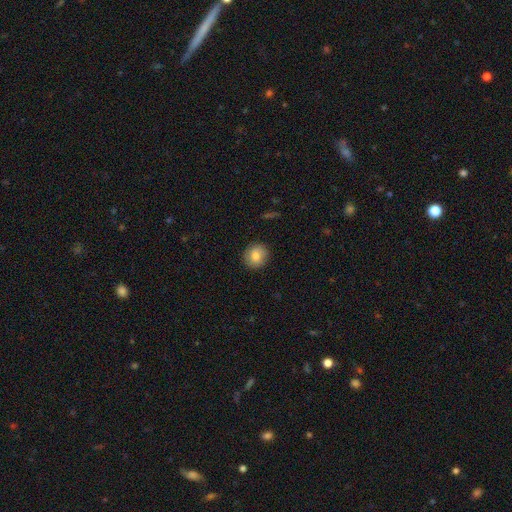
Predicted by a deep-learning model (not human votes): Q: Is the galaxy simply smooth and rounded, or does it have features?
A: smooth — 81%.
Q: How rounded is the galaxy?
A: round — 87%.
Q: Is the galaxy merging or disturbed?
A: none — 90%.